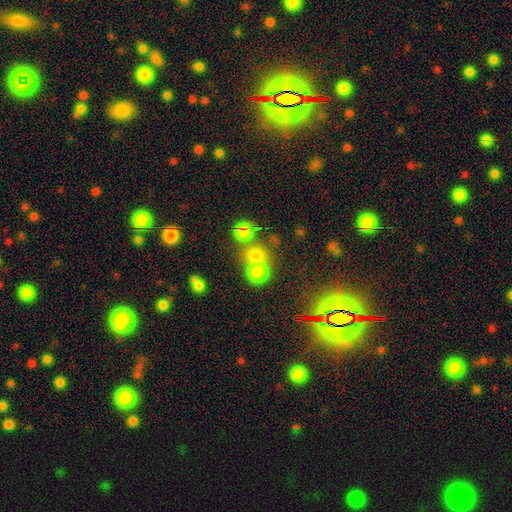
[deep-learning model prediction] smooth-or-featured: smooth: 73% | star or artifact: 18% | featured or disk: 9%
  how-rounded: round: 82% | in between: 17% | cigar-shaped: 1%
  merging: none: 49% | merger: 40% | minor disturbance: 7% | major disturbance: 4%